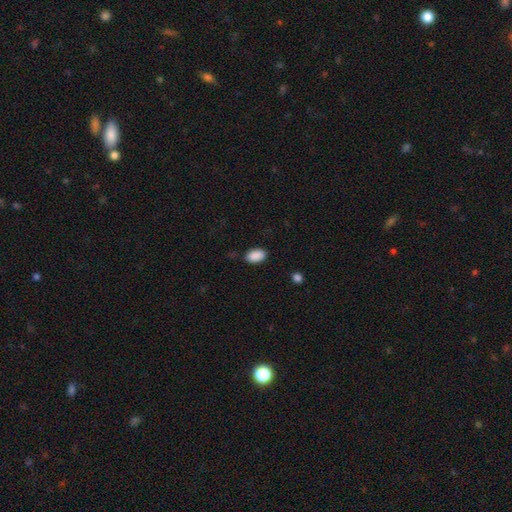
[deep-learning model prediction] Smooth or featured: smooth — 90% (star or artifact — 7%)
How rounded: in between — 92% (round — 6%)
Merging: none — 86% (minor disturbance — 11%)